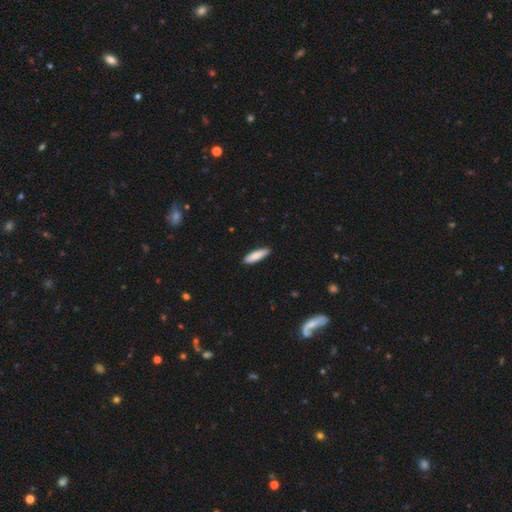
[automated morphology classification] smooth 85%, featured or disk 10%, star or artifact 5%. Down the decision tree: how rounded — cigar-shaped (67%); merging — none (89%).